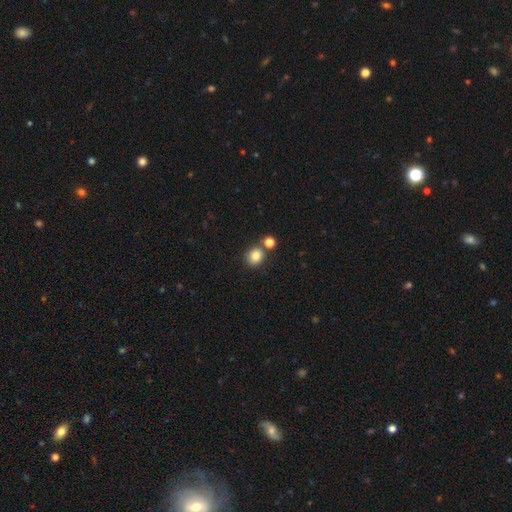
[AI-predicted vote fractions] This is clearly a smooth galaxy (83%). How rounded: likely round (68%). Merging: likely none (71%).